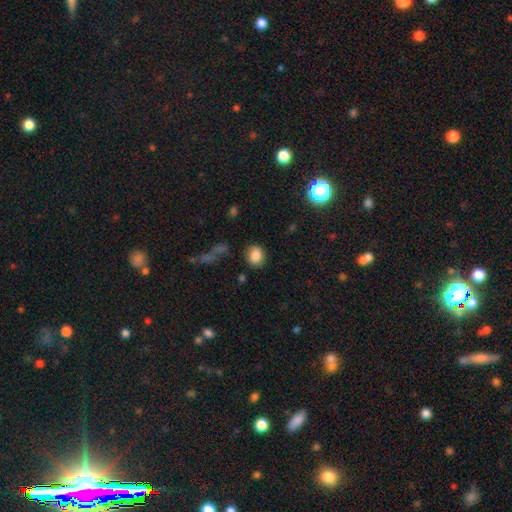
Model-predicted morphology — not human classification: smooth 83%, star or artifact 9%, featured or disk 8%. Down the decision tree: how rounded — round (69%); merging — none (83%).